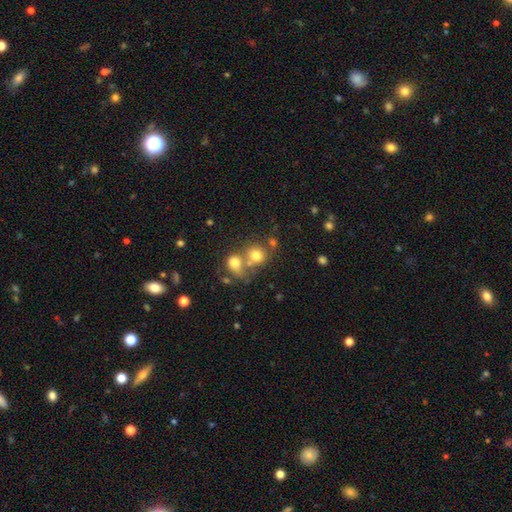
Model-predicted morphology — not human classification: This is likely a smooth galaxy (73%). How rounded: likely round (78%). Merging: marginally merger (44%).